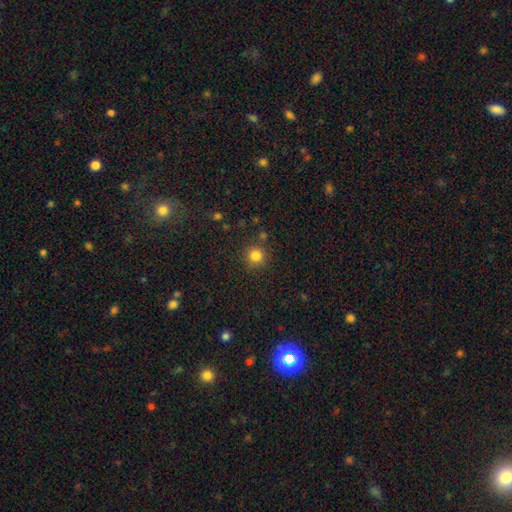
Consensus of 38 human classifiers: Volunteers were most divided on "smooth or featured": smooth: 92%, star or artifact: 8%, featured or disk: 0%. More confident: how rounded — round (94%); merging — none (91%).